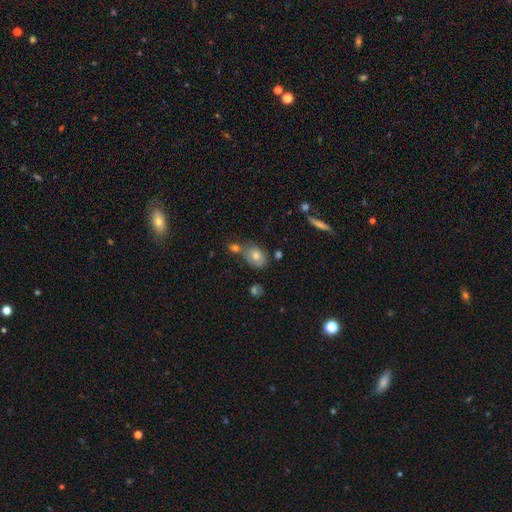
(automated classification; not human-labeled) smooth-or-featured: smooth: 75% | featured or disk: 15% | star or artifact: 10%
  how-rounded: in between: 64% | round: 34% | cigar-shaped: 2%
  merging: none: 51% | merger: 27% | minor disturbance: 17% | major disturbance: 5%